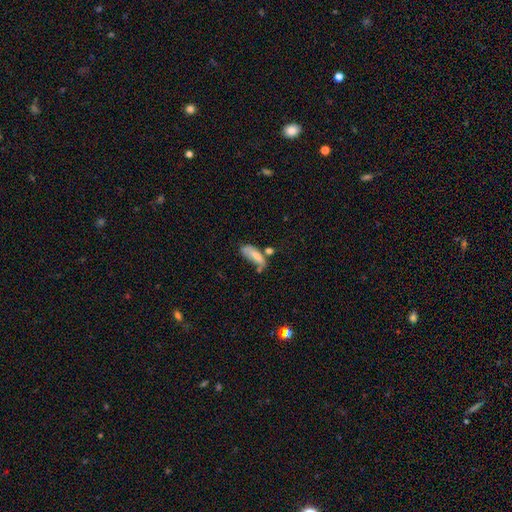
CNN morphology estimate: Smooth or featured? Predicted: smooth (p=0.69). How rounded? Predicted: in between (p=0.67). Merging? Predicted: none (p=0.32).